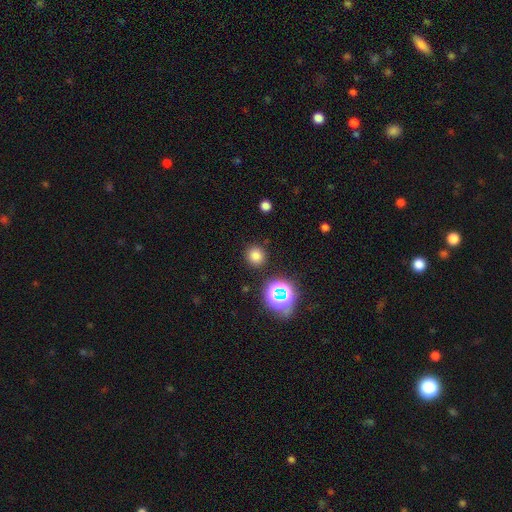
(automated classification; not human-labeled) smooth-or-featured: smooth: 75% | star or artifact: 19% | featured or disk: 5%
  how-rounded: round: 91% | in between: 8% | cigar-shaped: 1%
  merging: none: 88% | minor disturbance: 7% | major disturbance: 3% | merger: 2%